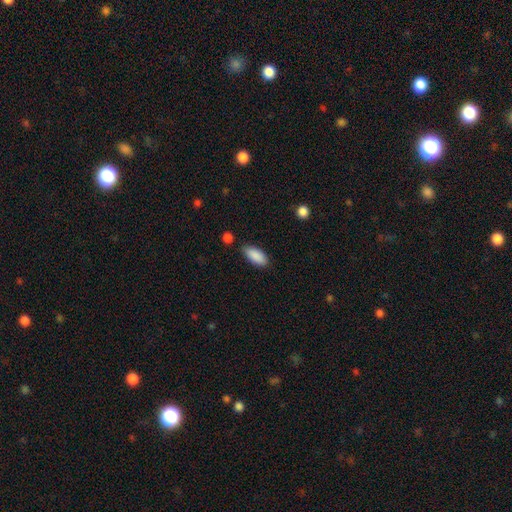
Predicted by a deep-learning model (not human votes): Smooth or featured?
  - smooth: 89% *
  - star or artifact: 6%
  - featured or disk: 5%
How rounded?
  - in between: 88% *
  - cigar-shaped: 10%
  - round: 2%
Merging?
  - none: 80% *
  - minor disturbance: 14%
  - merger: 3%
  - major disturbance: 3%